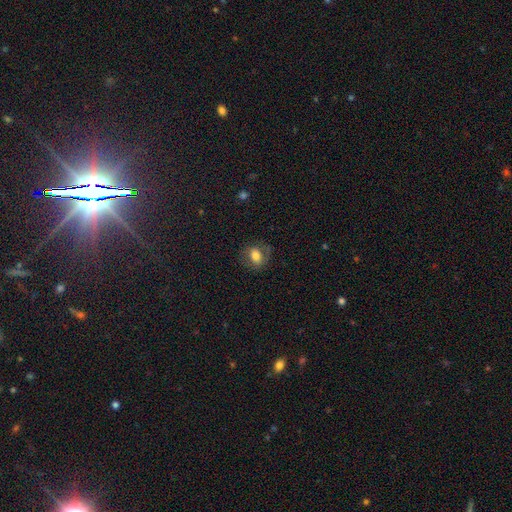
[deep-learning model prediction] Overall: smooth (69%). How rounded: in between (62%; round 36%). Merging: none (73%).